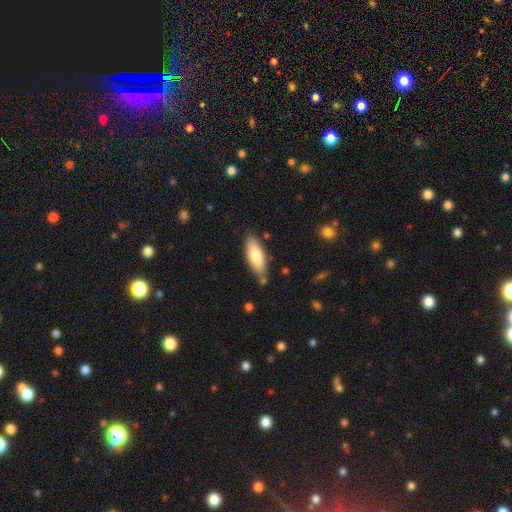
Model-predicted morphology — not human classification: Smooth or featured: smooth — 75% (featured or disk — 19%)
How rounded: in between — 68% (cigar-shaped — 30%)
Merging: none — 78% (minor disturbance — 15%)